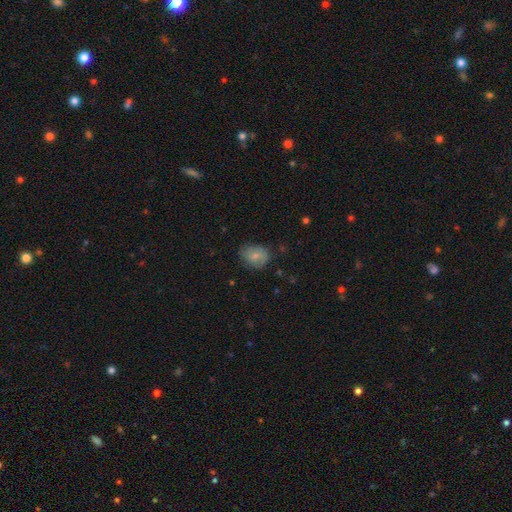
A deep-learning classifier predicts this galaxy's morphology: The model was most divided on "how rounded": in between: 51%, round: 48%, cigar-shaped: 1%. More confident: smooth or featured — smooth (69%); merging — none (68%).